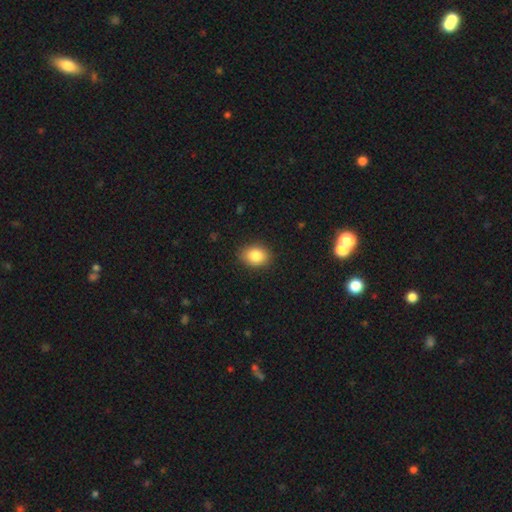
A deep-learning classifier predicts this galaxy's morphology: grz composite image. It shows a smooth galaxy with no disk features (85%) that is in between round and cigar-shaped (66%). Merging: none (87%).